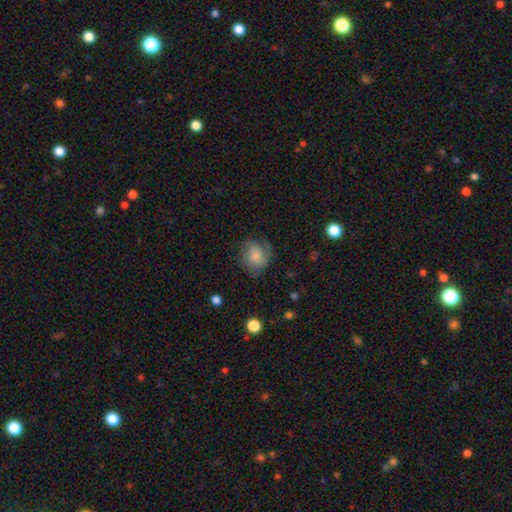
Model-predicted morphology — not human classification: smooth_or_featured: smooth (p=0.58) [alt: featured or disk p=0.33]
how_rounded: round (p=0.64) [alt: in between p=0.35]
merging: none (p=0.59) [alt: minor disturbance p=0.25]